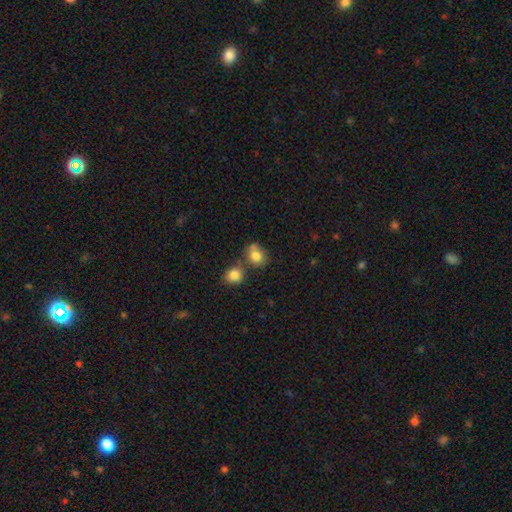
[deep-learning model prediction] Morphology: type=smooth (82%); roundness=round (57%); merging=none (47%).